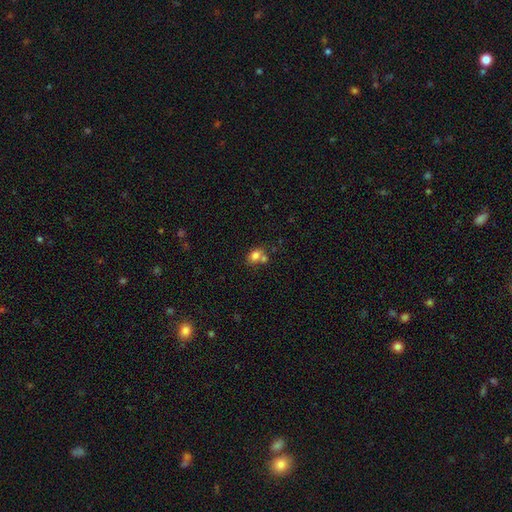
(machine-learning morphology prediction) smooth_or_featured: smooth (p=0.78) [alt: featured or disk p=0.11]
how_rounded: in between (p=0.61) [alt: round p=0.38]
merging: none (p=0.46) [alt: merger p=0.37]